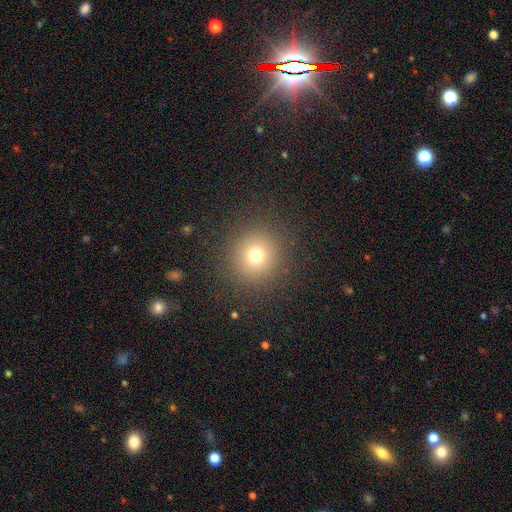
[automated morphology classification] Smooth or featured? Predicted: smooth (p=0.72). How rounded? Predicted: round (p=0.93). Merging? Predicted: none (p=0.89).